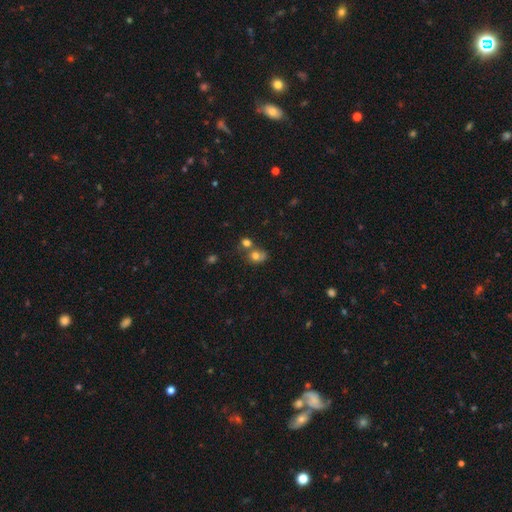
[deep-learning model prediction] smooth_or_featured: smooth (p=0.73) [alt: star or artifact p=0.14]
how_rounded: round (p=0.65) [alt: in between p=0.34]
merging: merger (p=0.46) [alt: none p=0.35]